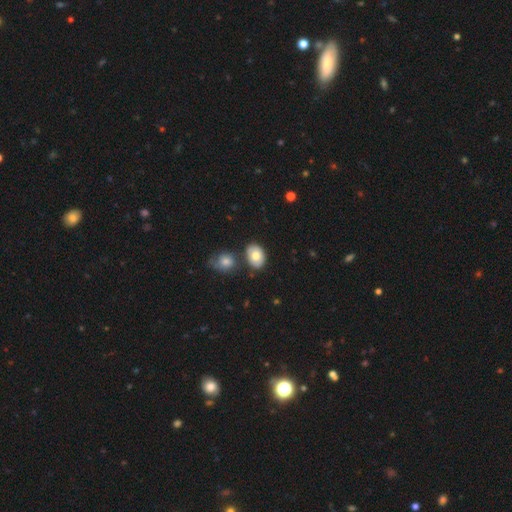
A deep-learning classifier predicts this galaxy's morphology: Smooth or featured: smooth — 75% (featured or disk — 18%)
How rounded: in between — 76% (round — 22%)
Merging: none — 74% (minor disturbance — 12%)